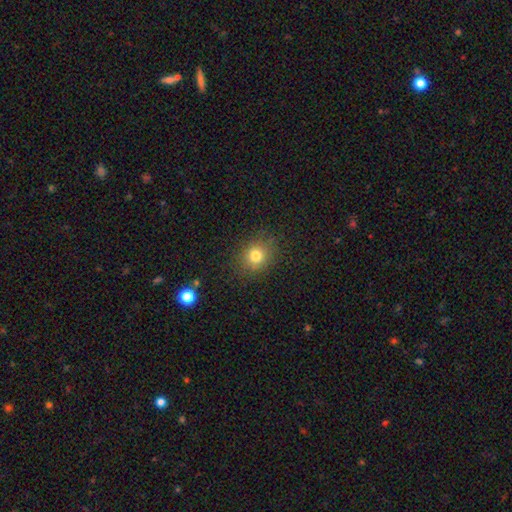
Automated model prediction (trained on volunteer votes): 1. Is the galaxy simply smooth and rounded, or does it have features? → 78% smooth, 14% star or artifact, 8% featured or disk.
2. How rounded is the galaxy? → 70% round, 29% in between, 1% cigar-shaped.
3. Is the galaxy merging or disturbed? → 85% none, 10% minor disturbance, 4% major disturbance, 1% merger.